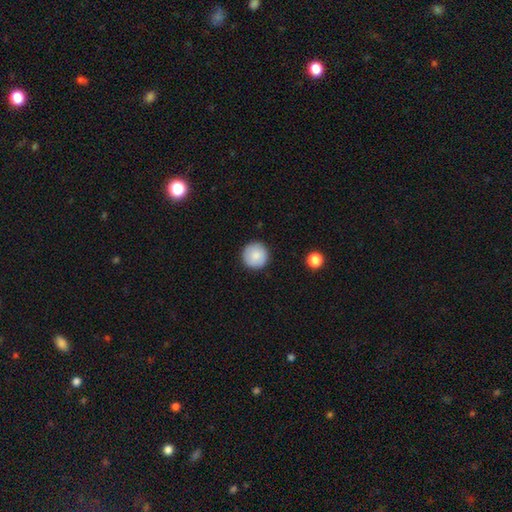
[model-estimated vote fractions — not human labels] Morphology: type=smooth (85%); roundness=round (96%); merging=none (91%).